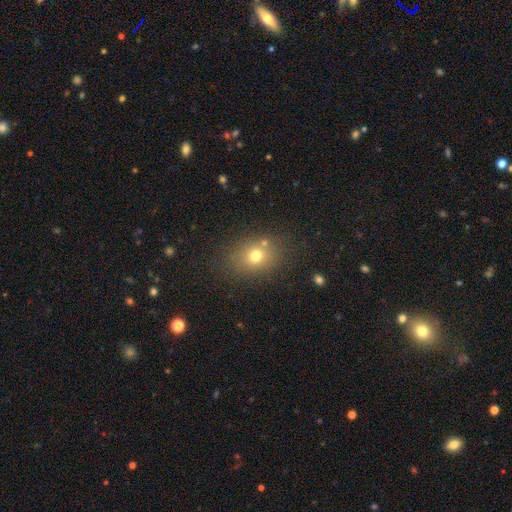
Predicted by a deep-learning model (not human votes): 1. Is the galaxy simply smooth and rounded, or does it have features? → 72% smooth, 16% star or artifact, 12% featured or disk.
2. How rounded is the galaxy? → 50% in between, 49% round, 1% cigar-shaped.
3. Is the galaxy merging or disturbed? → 78% none, 12% minor disturbance, 6% merger, 5% major disturbance.